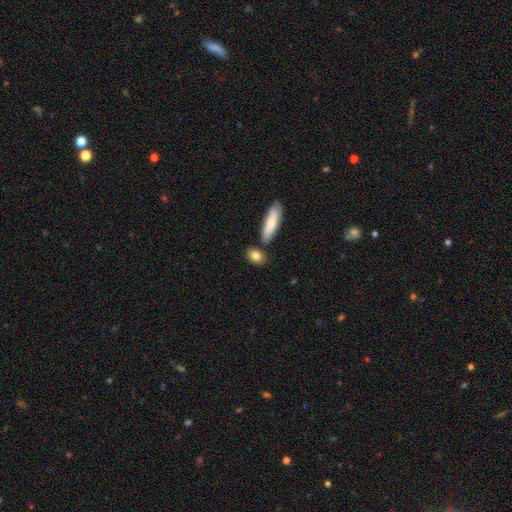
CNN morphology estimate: Smooth or featured? smooth (81%)
How rounded? in between (62%)
Merging? none (72%)